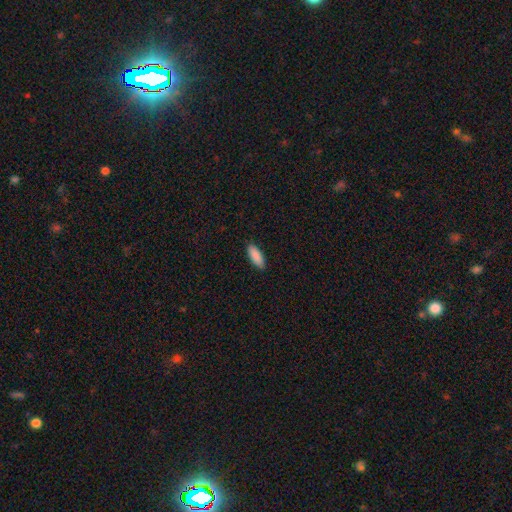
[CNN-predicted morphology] smooth-or-featured: smooth: 90% | star or artifact: 6% | featured or disk: 4%
  how-rounded: in between: 70% | cigar-shaped: 28% | round: 2%
  merging: none: 88% | minor disturbance: 9% | major disturbance: 2% | merger: 1%